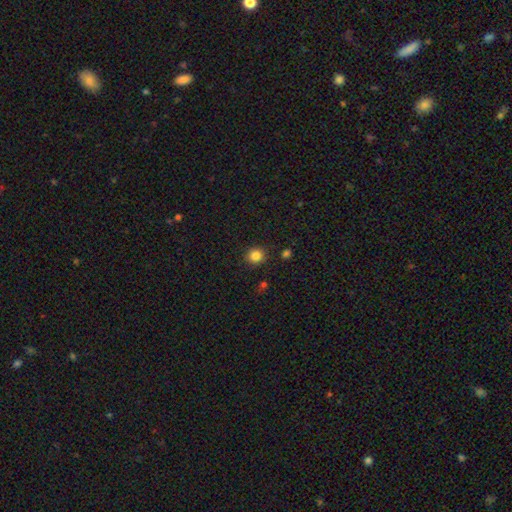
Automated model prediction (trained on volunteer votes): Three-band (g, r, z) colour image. It shows a smooth galaxy with no disk features (85%) that is round (89%). Merging: none (89%).